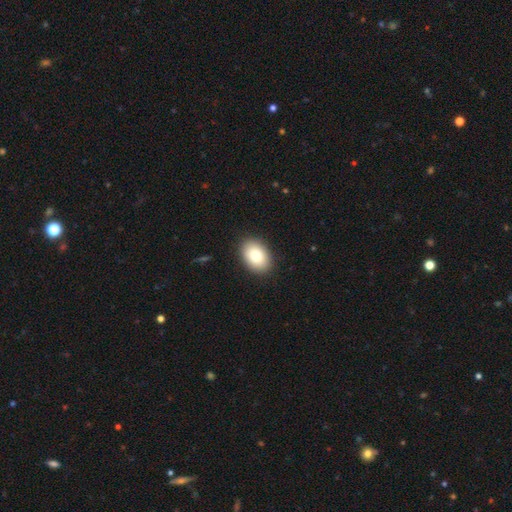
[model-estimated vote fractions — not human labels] This is clearly a smooth galaxy (82%). How rounded: clearly in between (82%). Merging: clearly none (90%).